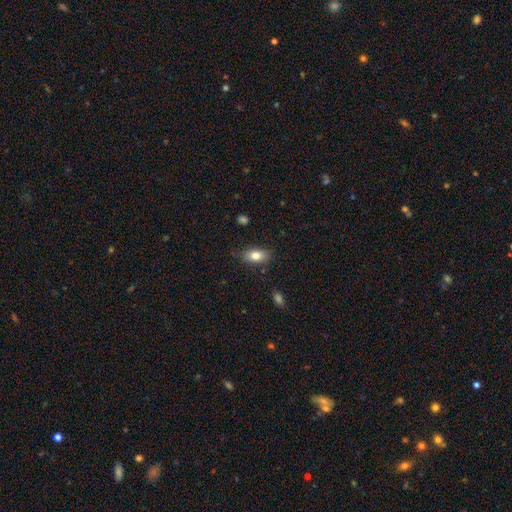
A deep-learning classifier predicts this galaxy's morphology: smooth_or_featured: smooth (p=0.82) [alt: featured or disk p=0.11]
how_rounded: in between (p=0.89) [alt: round p=0.07]
merging: none (p=0.82) [alt: minor disturbance p=0.14]